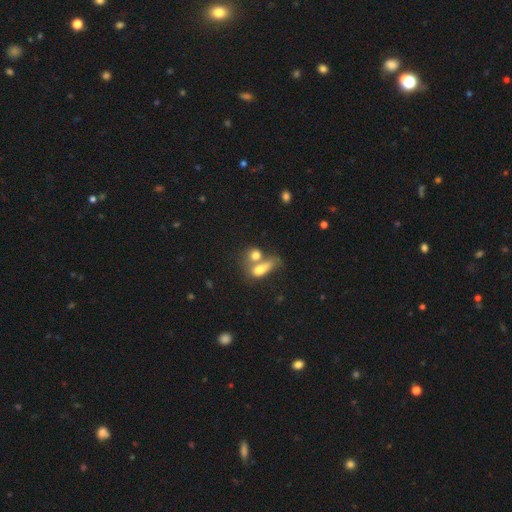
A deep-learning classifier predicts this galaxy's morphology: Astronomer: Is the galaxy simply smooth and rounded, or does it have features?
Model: smooth — 72%.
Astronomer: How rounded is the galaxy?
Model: in between — 57% (runner-up: round, 36%).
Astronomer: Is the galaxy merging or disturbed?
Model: merger — 60%.